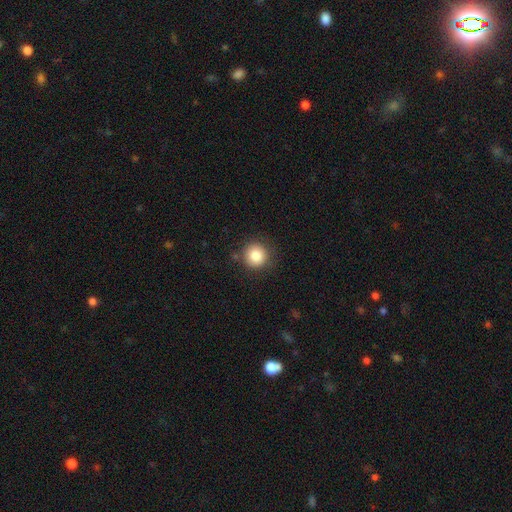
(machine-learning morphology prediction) smooth 83%, star or artifact 10%, featured or disk 6%. Down the decision tree: how rounded — round (94%); merging — none (85%).